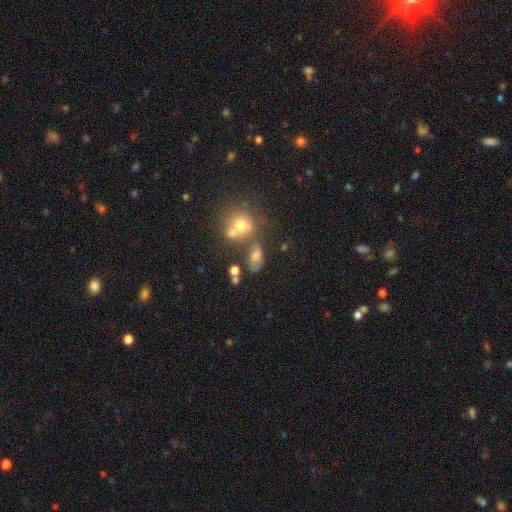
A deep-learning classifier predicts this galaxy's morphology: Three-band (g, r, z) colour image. It shows a smooth galaxy with no disk features (59%) that is in between round and cigar-shaped (77%). Merging: none (43%).